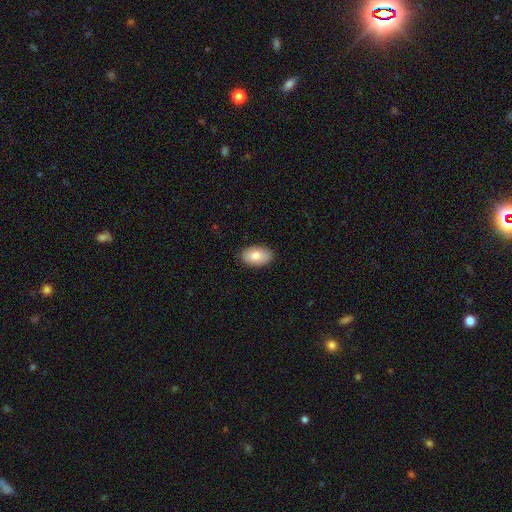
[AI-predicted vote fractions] The model was most divided on "smooth or featured": smooth: 83%, featured or disk: 11%, star or artifact: 7%. More confident: how rounded — in between (93%); merging — none (88%).